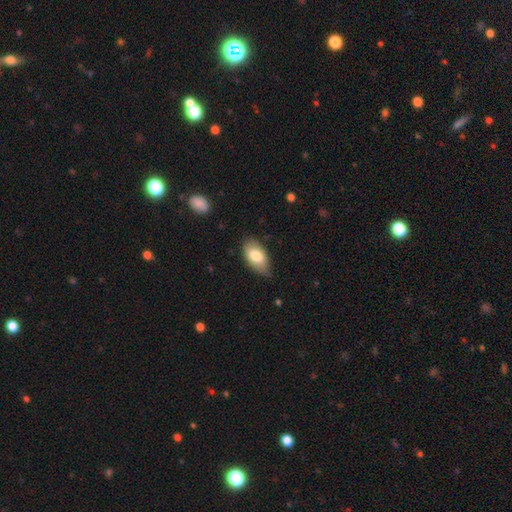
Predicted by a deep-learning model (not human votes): smooth_or_featured: smooth (p=0.79) [alt: featured or disk p=0.15]
how_rounded: in between (p=0.94) [alt: round p=0.04]
merging: none (p=0.66) [alt: minor disturbance p=0.28]